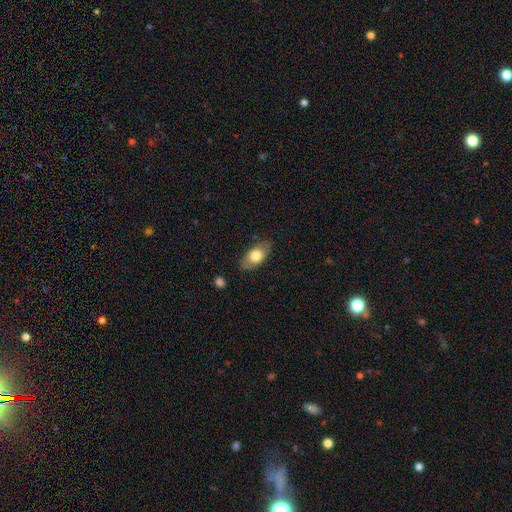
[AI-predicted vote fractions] smooth-or-featured: smooth: 71% | featured or disk: 23% | star or artifact: 6%
  how-rounded: in between: 90% | cigar-shaped: 5% | round: 5%
  merging: none: 82% | minor disturbance: 14% | major disturbance: 3% | merger: 1%